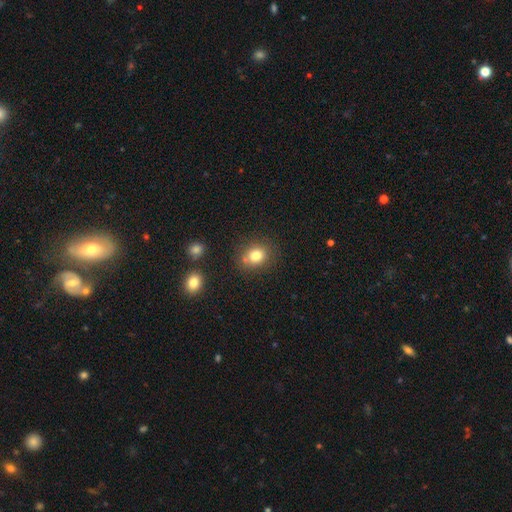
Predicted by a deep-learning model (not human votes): Smooth or featured? smooth (79%)
How rounded? round (60%)
Merging? none (75%)